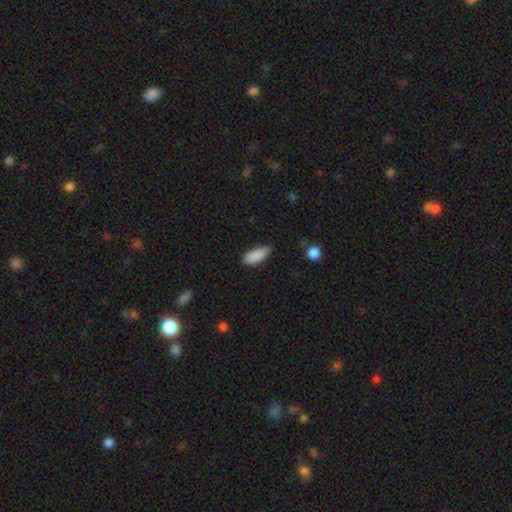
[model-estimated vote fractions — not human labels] Overall: smooth (88%). How rounded: in between (79%). Merging: none (70%).